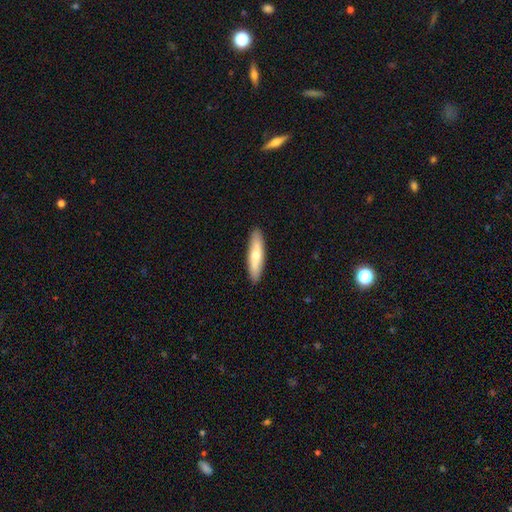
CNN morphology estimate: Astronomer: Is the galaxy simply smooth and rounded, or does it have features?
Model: smooth — 68%.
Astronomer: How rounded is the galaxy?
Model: cigar-shaped — 75%.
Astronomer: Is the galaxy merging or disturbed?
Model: none — 90%.